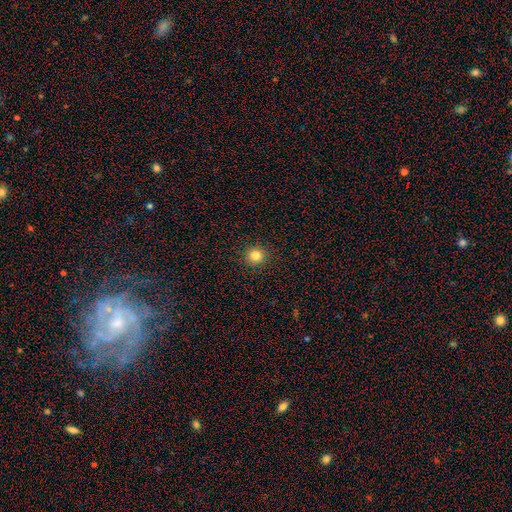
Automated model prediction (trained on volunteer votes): Smooth or featured? smooth (82%)
How rounded? round (93%)
Merging? none (92%)